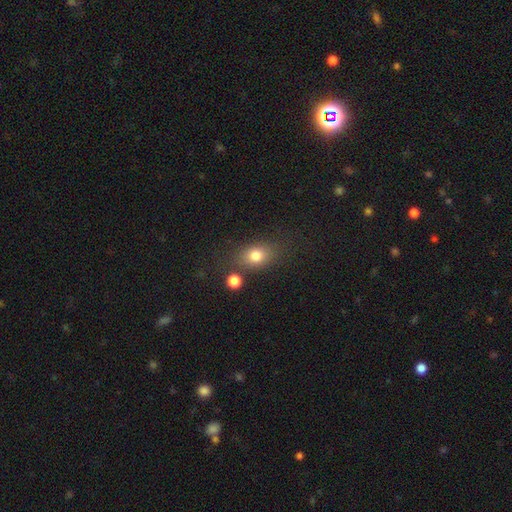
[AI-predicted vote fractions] This appears to be a smooth galaxy with no disk features (79%) that is in between round and cigar-shaped (64%). Merging: none (71%).